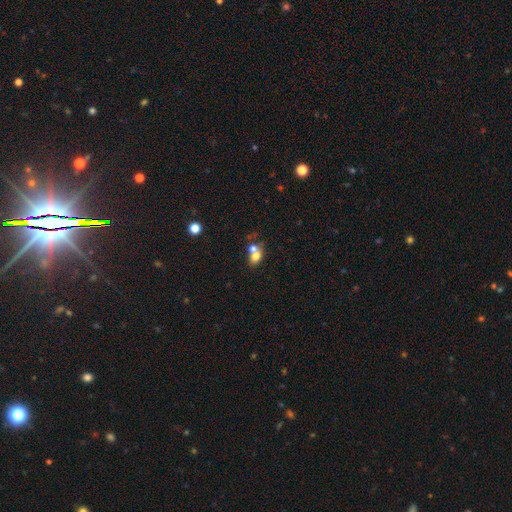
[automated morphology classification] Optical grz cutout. It shows a smooth galaxy with no disk features (70%) that is in between round and cigar-shaped (53%). Merging: merger (57%).